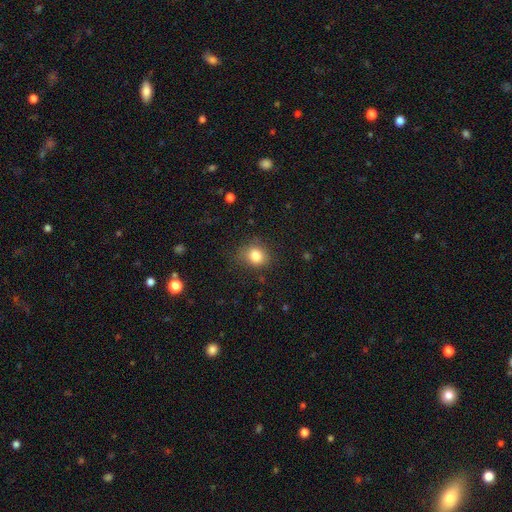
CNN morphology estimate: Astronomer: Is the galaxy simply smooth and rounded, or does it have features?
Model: smooth — 82%.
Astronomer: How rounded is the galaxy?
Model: round — 66%.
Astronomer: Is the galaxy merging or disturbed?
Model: none — 75%.